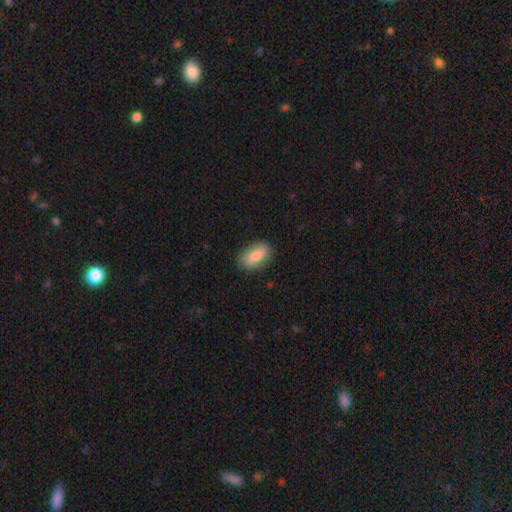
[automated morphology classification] The model was most divided on "smooth or featured": smooth: 78%, featured or disk: 15%, star or artifact: 7%. More confident: how rounded — in between (90%); merging — none (82%).